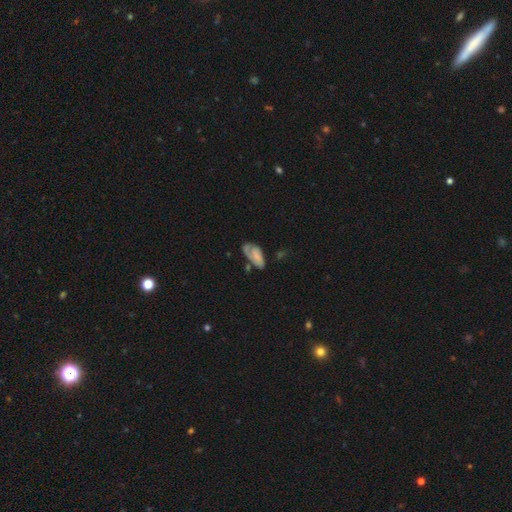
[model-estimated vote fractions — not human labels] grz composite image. It shows a smooth galaxy with no disk features (47%). Merging: none (42%).